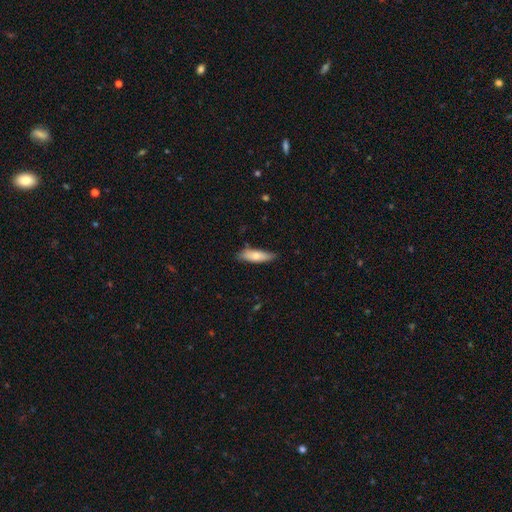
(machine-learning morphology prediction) Smooth or featured? smooth (74%)
How rounded? cigar-shaped (53%)
Merging? none (78%)